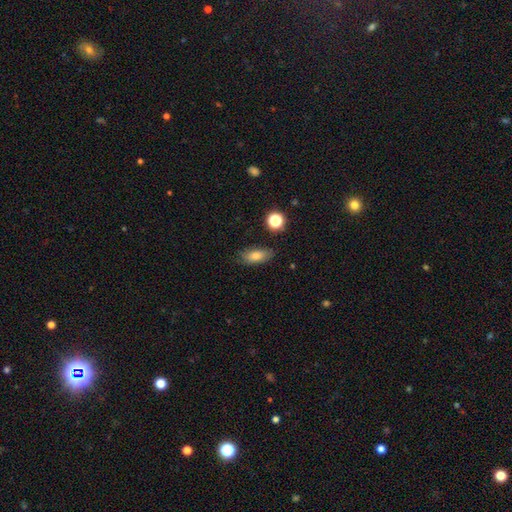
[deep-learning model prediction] This is likely a smooth galaxy (76%). How rounded: clearly in between (80%). Merging: likely none (77%).